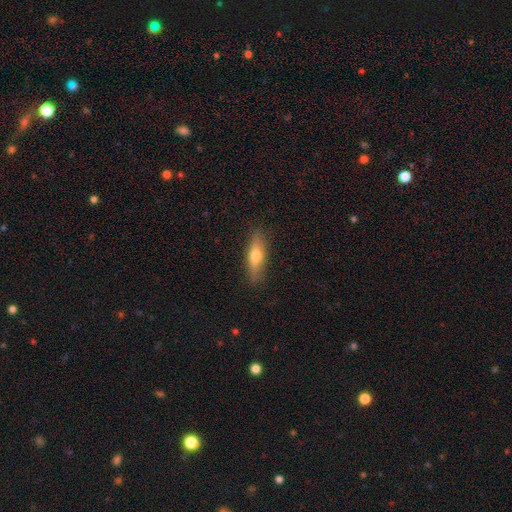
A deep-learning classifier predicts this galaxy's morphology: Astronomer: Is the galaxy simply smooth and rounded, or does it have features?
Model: smooth — 58% (runner-up: featured or disk, 35%).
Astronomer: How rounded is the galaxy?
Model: cigar-shaped — 53% (runner-up: in between, 44%).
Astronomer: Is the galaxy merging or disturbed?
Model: none — 86%.